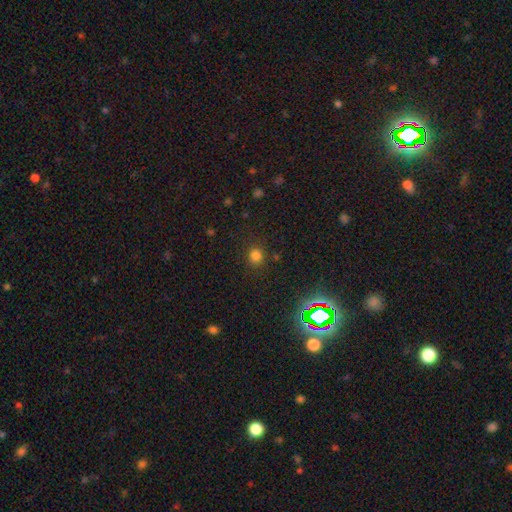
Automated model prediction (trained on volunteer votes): smooth_or_featured: smooth (p=0.77) [alt: star or artifact p=0.18]
how_rounded: round (p=0.87) [alt: in between p=0.12]
merging: none (p=0.86) [alt: minor disturbance p=0.08]